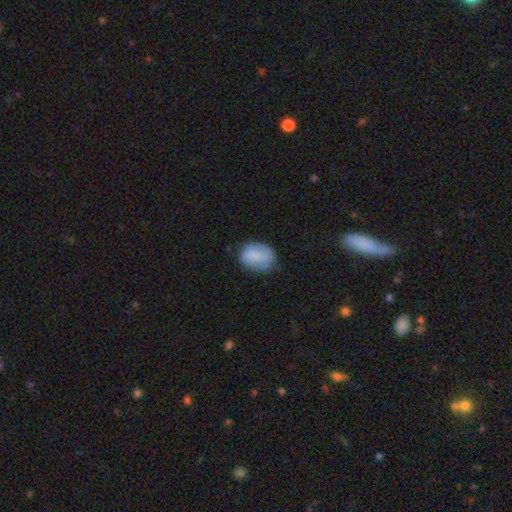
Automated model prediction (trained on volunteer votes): Q: Smooth or featured?
A: smooth (77%); runner-up: featured or disk (16%)
Q: How rounded?
A: in between (71%); runner-up: round (27%)
Q: Merging?
A: none (56%); runner-up: minor disturbance (34%)